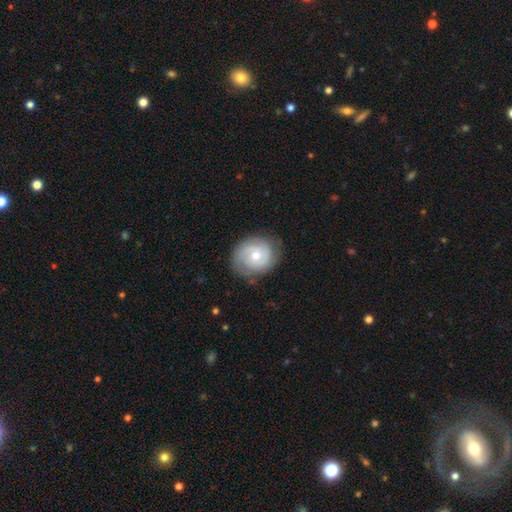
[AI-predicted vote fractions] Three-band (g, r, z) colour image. It shows a featured or disk galaxy (56%) with no bar (77%), spiral arms (78%) and a moderate central bulge (59%). Merging: none (76%).